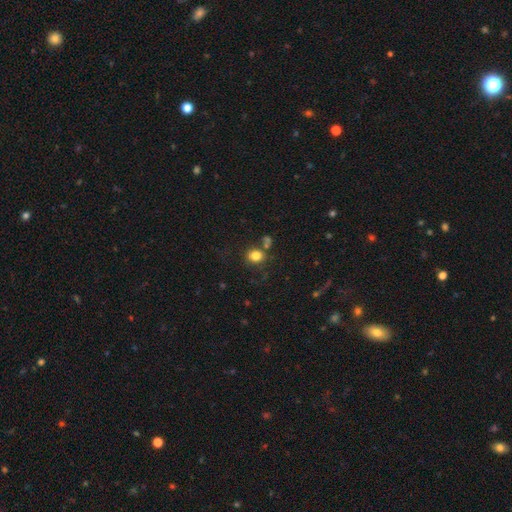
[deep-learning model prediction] A smooth galaxy with no disk features (80%) that is round (72%). Merging: none (69%).